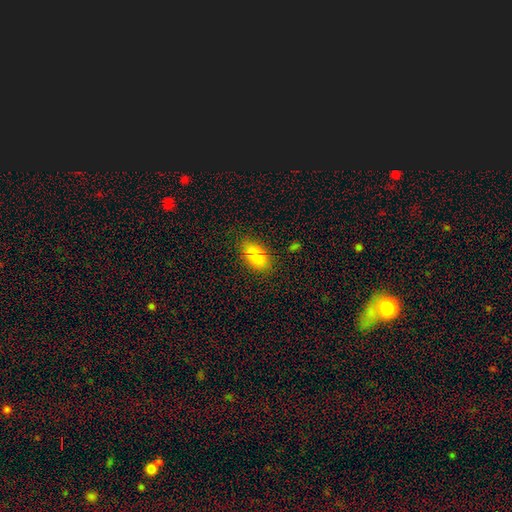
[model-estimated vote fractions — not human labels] smooth_or_featured: smooth (p=0.79) [alt: featured or disk p=0.12]
how_rounded: in between (p=0.87) [alt: cigar-shaped p=0.08]
merging: none (p=0.81) [alt: minor disturbance p=0.13]